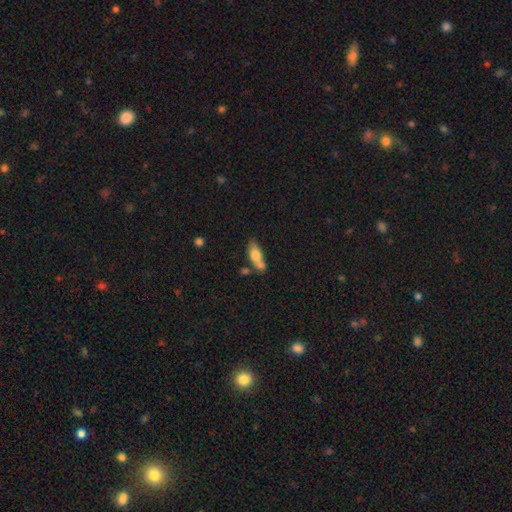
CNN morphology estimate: This is likely a smooth galaxy (68%). How rounded: likely in between (72%). Merging: marginally none (40%).